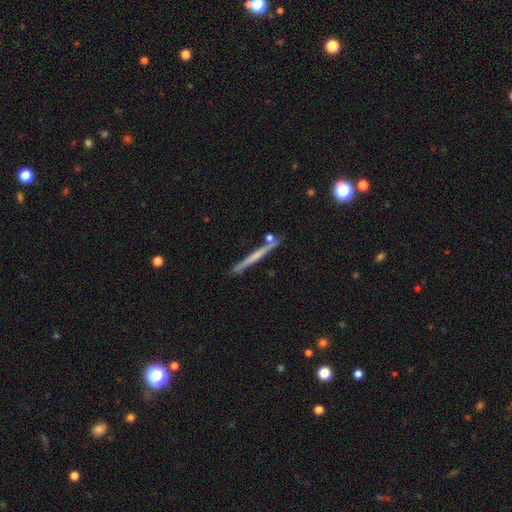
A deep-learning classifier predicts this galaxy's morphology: type=featured or disk (55%); edge-on=yes (97%); edge-on bulge=none (71%); merging=none (83%).